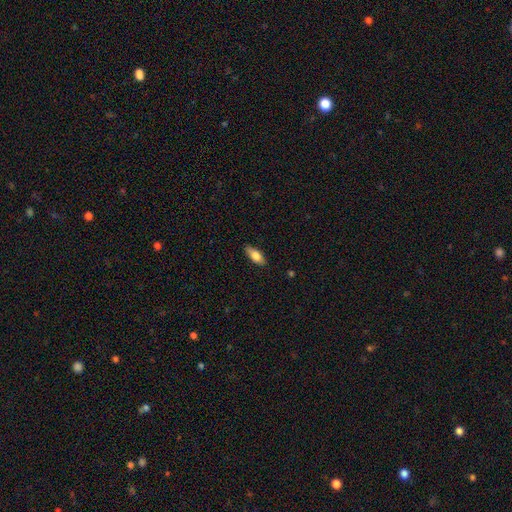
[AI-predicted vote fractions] Smooth or featured?
  - smooth: 79% *
  - featured or disk: 15%
  - star or artifact: 6%
How rounded?
  - in between: 79% *
  - cigar-shaped: 19%
  - round: 2%
Merging?
  - none: 86% *
  - minor disturbance: 11%
  - major disturbance: 2%
  - merger: 1%